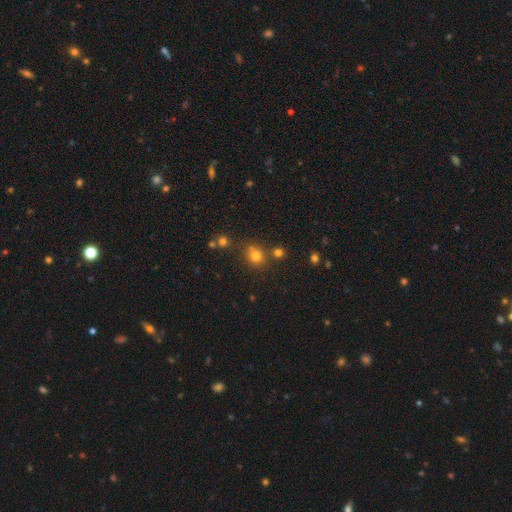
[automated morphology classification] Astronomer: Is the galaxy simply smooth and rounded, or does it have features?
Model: smooth — 76%.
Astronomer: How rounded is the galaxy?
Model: round — 76%.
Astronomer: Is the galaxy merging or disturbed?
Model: none — 68%.